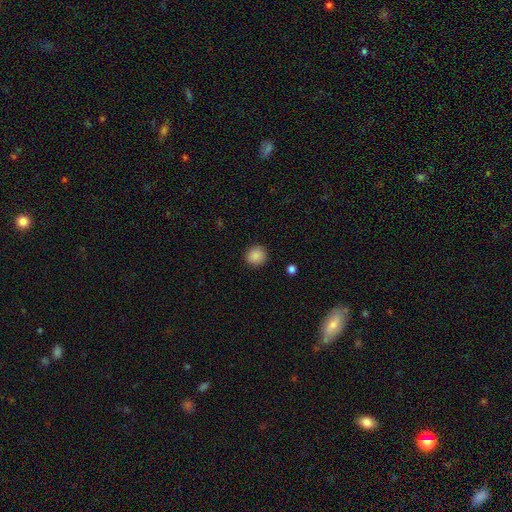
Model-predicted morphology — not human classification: smooth-or-featured: smooth: 88% | star or artifact: 8% | featured or disk: 4%
  how-rounded: round: 91% | in between: 8% | cigar-shaped: 1%
  merging: none: 91% | minor disturbance: 6% | major disturbance: 2% | merger: 1%